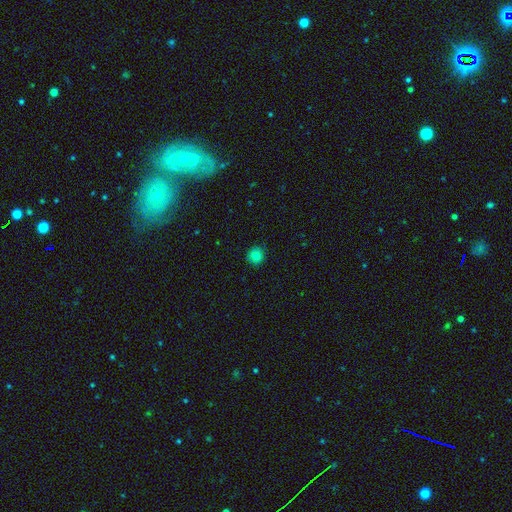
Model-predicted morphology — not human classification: Smooth or featured?
  - smooth: 82% *
  - star or artifact: 12%
  - featured or disk: 6%
How rounded?
  - round: 91% *
  - in between: 8%
  - cigar-shaped: 1%
Merging?
  - none: 88% *
  - minor disturbance: 9%
  - major disturbance: 2%
  - merger: 1%